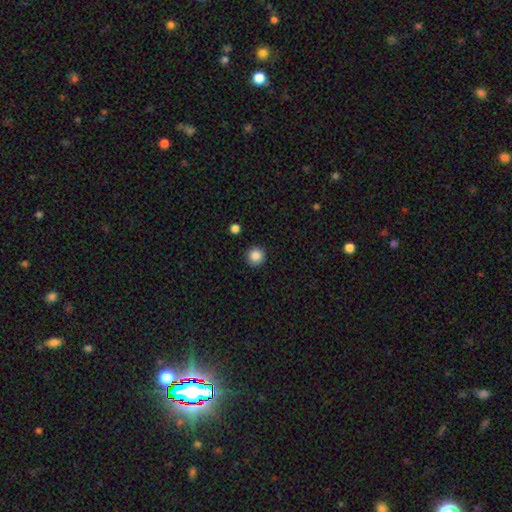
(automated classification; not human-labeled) Q: Smooth or featured?
A: smooth (87%); runner-up: star or artifact (10%)
Q: How rounded?
A: round (95%); runner-up: in between (4%)
Q: Merging?
A: none (93%); runner-up: minor disturbance (4%)